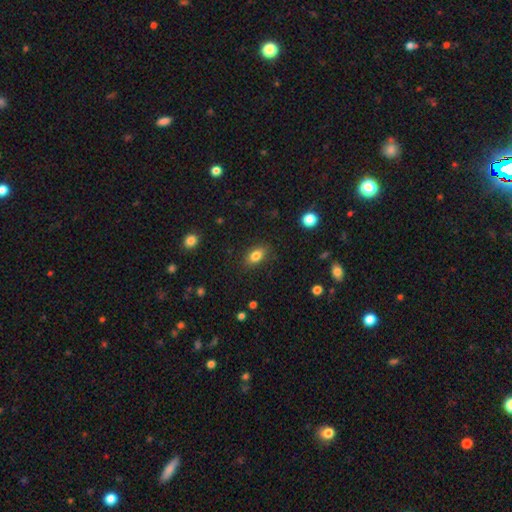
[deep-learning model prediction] Q: Smooth or featured?
A: smooth (82%); runner-up: star or artifact (9%)
Q: How rounded?
A: in between (85%); runner-up: round (12%)
Q: Merging?
A: none (85%); runner-up: minor disturbance (11%)